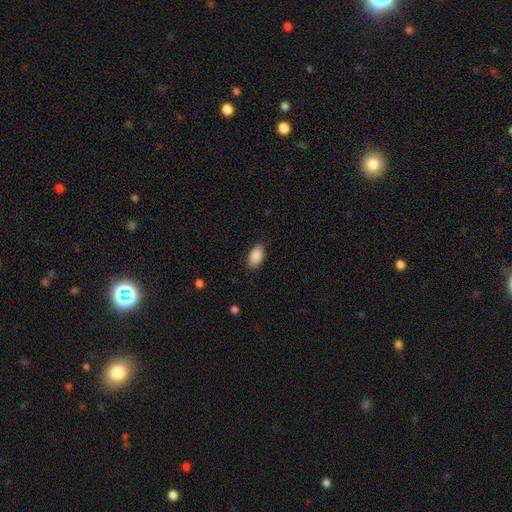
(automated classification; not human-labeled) Smooth or featured?
  - smooth: 89% *
  - star or artifact: 7%
  - featured or disk: 4%
How rounded?
  - in between: 94% *
  - round: 4%
  - cigar-shaped: 3%
Merging?
  - none: 85% *
  - minor disturbance: 12%
  - major disturbance: 3%
  - merger: 1%